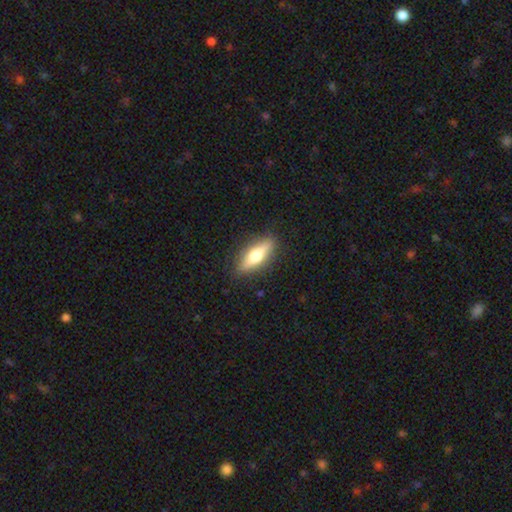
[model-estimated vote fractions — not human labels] Morphology: type=smooth (55%); roundness=in between (50%); merging=none (87%).